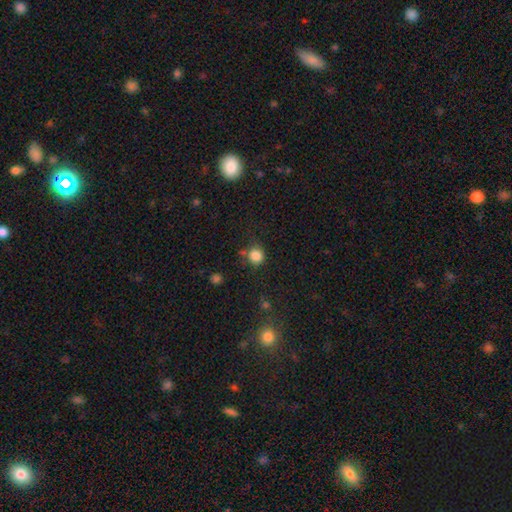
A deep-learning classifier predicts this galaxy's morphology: A smooth galaxy with no disk features (83%) that is round (87%). Merging: none (71%).